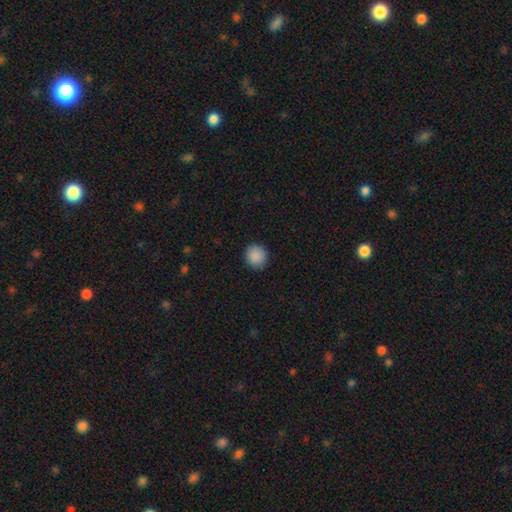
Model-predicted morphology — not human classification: A smooth galaxy with no disk features (89%) that is round (93%). Merging: none (90%).